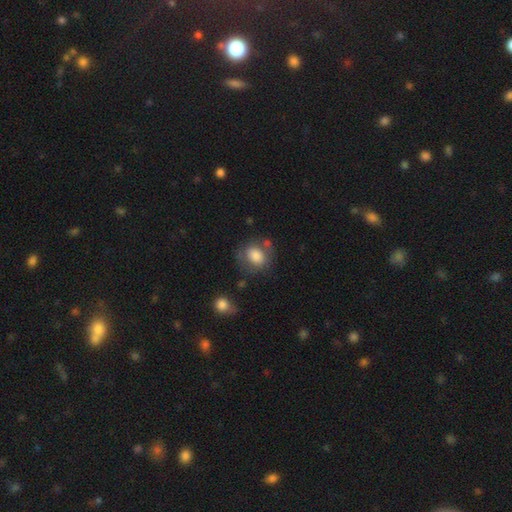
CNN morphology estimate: Q: Smooth or featured?
A: smooth (78%); runner-up: featured or disk (14%)
Q: How rounded?
A: round (55%); runner-up: in between (44%)
Q: Merging?
A: none (62%); runner-up: minor disturbance (20%)